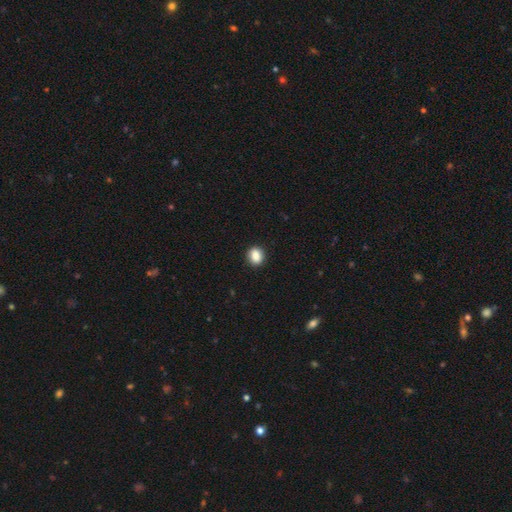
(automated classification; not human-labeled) The model was most divided on "how rounded": round: 60%, in between: 39%, cigar-shaped: 1%. More confident: merging — none (89%); smooth or featured — smooth (86%).